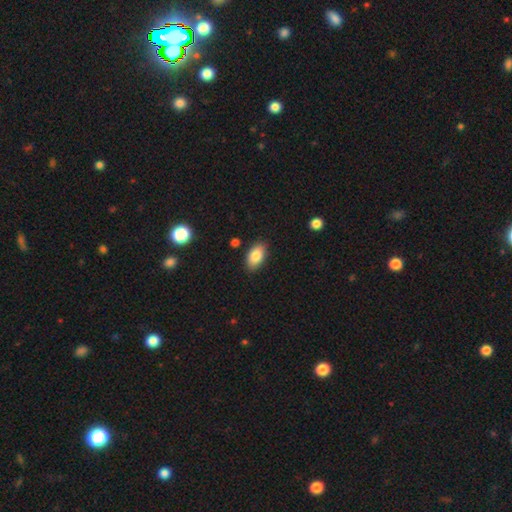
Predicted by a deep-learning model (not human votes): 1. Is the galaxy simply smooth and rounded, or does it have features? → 84% smooth, 9% featured or disk, 7% star or artifact.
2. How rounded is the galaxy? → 92% in between, 6% round, 2% cigar-shaped.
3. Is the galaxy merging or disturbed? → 85% none, 11% minor disturbance, 2% major disturbance, 2% merger.